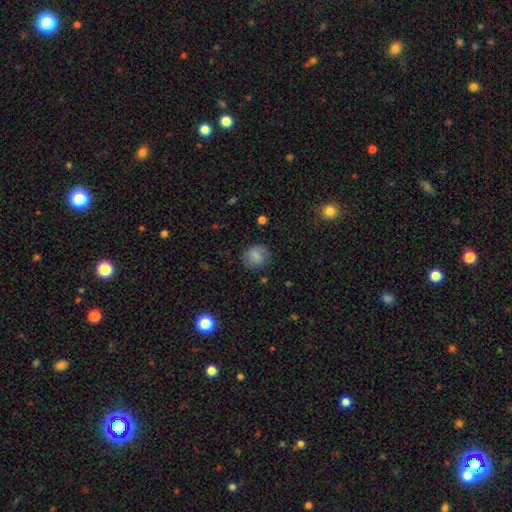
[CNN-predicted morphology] The model was most divided on "how rounded": round: 81%, in between: 18%, cigar-shaped: 1%. More confident: merging — none (82%); smooth or featured — smooth (81%).